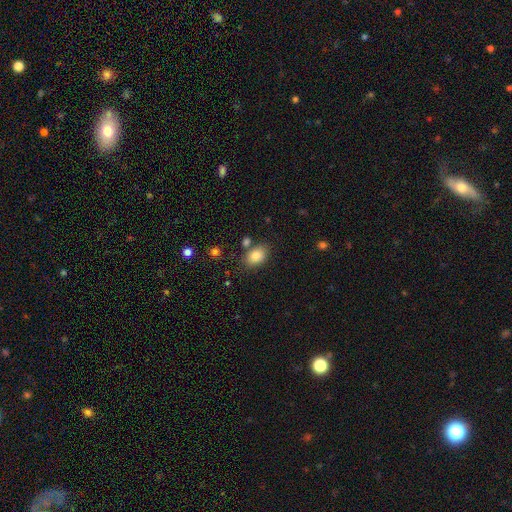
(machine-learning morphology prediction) Q: Smooth or featured?
A: smooth (83%); runner-up: star or artifact (9%)
Q: How rounded?
A: in between (81%); runner-up: round (18%)
Q: Merging?
A: none (75%); runner-up: minor disturbance (14%)